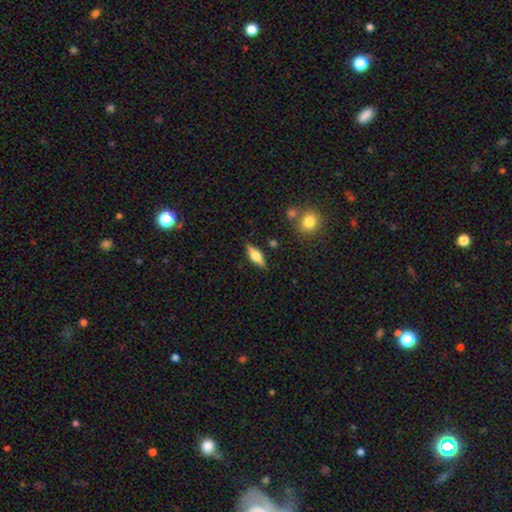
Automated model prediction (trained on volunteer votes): This is possibly a featured or disk galaxy (50%). It is clearly viewed edge-on (92%). Merging: clearly none (85%).